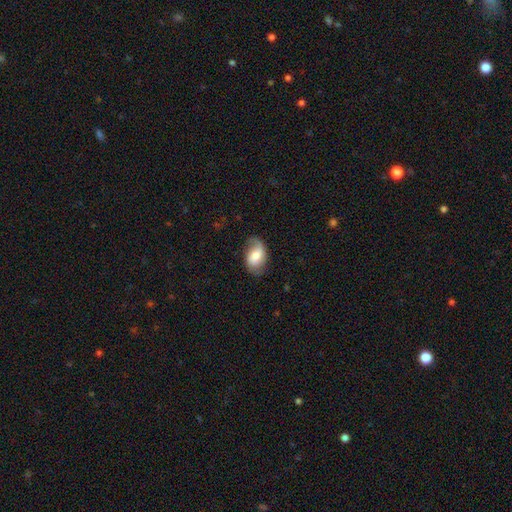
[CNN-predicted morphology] smooth-or-featured: featured or disk: 47% | smooth: 45% | star or artifact: 7%
  merging: none: 65% | minor disturbance: 24% | major disturbance: 9% | merger: 1%